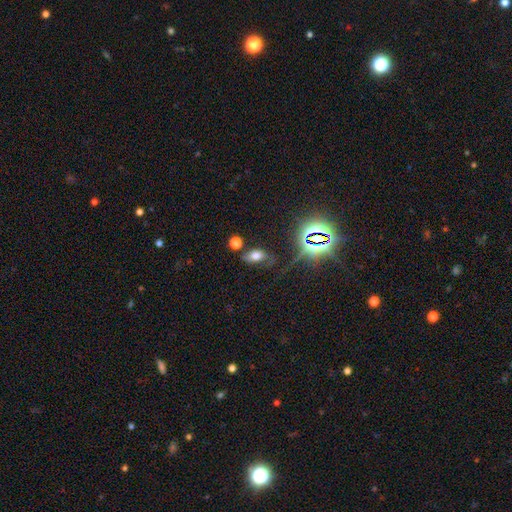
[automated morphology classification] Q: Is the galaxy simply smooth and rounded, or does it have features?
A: smooth — 61%.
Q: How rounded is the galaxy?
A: in between — 88%.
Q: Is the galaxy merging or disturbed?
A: none — 58%.